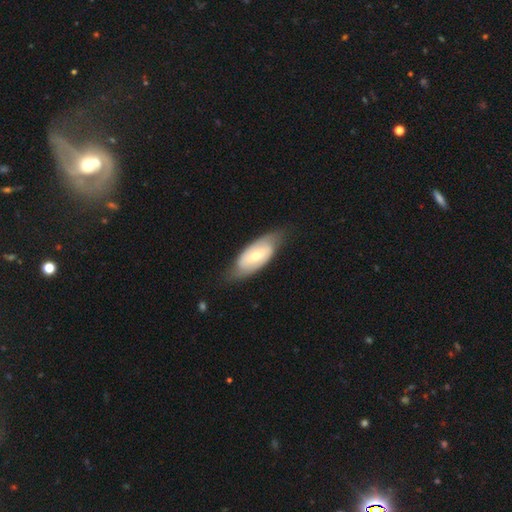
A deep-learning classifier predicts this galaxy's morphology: smooth-or-featured: featured or disk: 57% | smooth: 38% | star or artifact: 5%
  disk-edge-on: no: 89% | yes: 11%
    bar: weak: 41% | no: 32% | strong: 26%
    has-spiral-arms: yes: 72% | no: 28%
    bulge-size: moderate: 48% | small: 46% | large: 3% | none: 1% | dominant: 1%
  merging: none: 70% | minor disturbance: 22% | major disturbance: 6% | merger: 1%